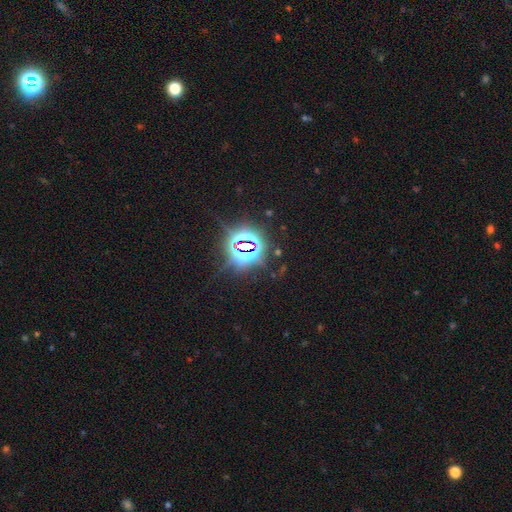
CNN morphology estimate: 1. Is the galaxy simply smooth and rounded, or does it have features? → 82% star or artifact, 10% smooth, 8% featured or disk.